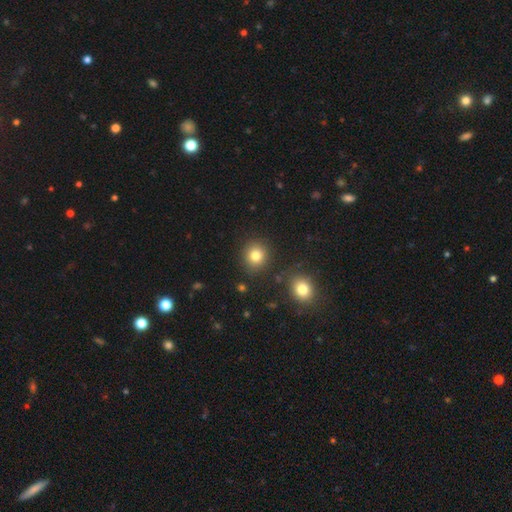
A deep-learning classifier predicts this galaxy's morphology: smooth_or_featured: smooth (p=0.81) [alt: star or artifact p=0.12]
how_rounded: round (p=0.87) [alt: in between p=0.12]
merging: none (p=0.87) [alt: minor disturbance p=0.07]